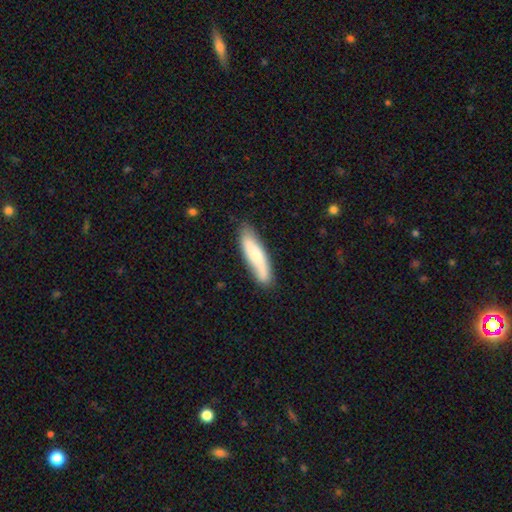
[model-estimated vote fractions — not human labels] The model was most divided on "smooth or featured": smooth: 64%, featured or disk: 31%, star or artifact: 6%. More confident: merging — none (78%); how rounded — cigar-shaped (73%).